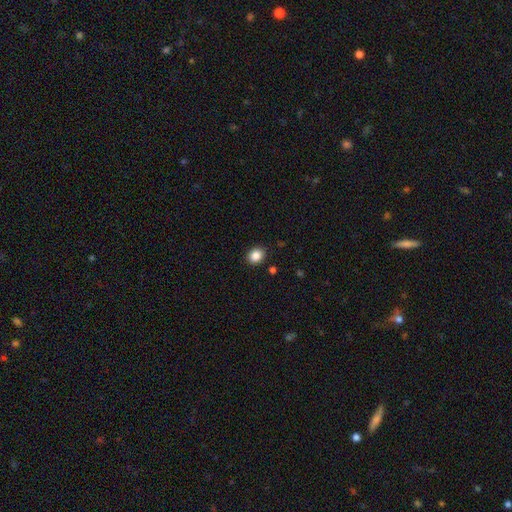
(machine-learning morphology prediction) smooth_or_featured: smooth (p=0.87) [alt: star or artifact p=0.10]
how_rounded: round (p=0.61) [alt: in between p=0.38]
merging: none (p=0.90) [alt: minor disturbance p=0.07]